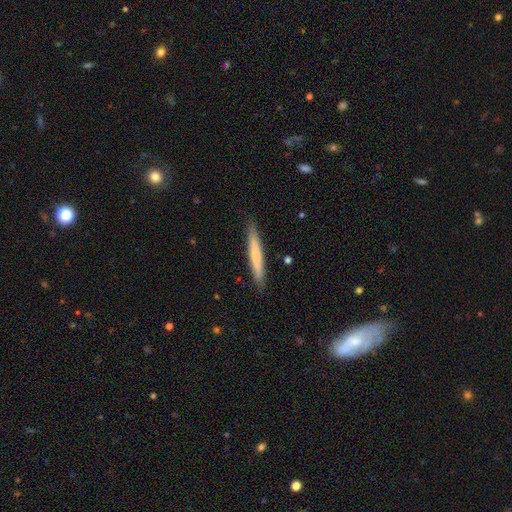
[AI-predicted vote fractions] Overall: smooth (65%; featured or disk 29%). How rounded: cigar-shaped (96%). Merging: none (90%).